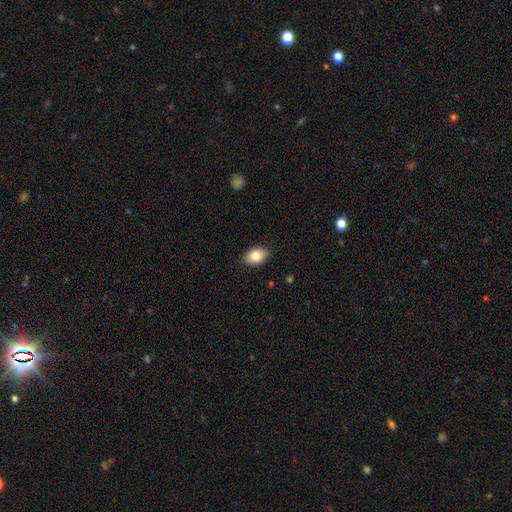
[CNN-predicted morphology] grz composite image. It shows a smooth galaxy with no disk features (85%) that is in between round and cigar-shaped (85%). Merging: none (88%).